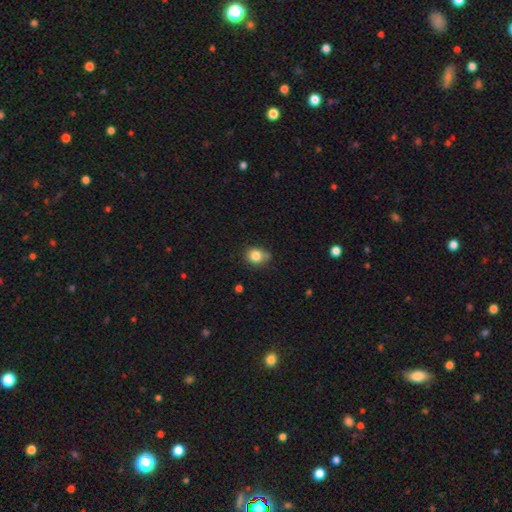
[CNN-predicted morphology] A smooth galaxy with no disk features (82%) that is round (72%). Merging: none (65%).